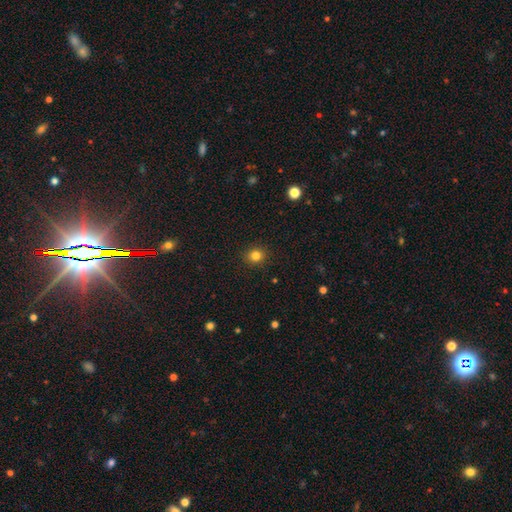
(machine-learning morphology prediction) Smooth or featured: smooth — 82% (star or artifact — 13%)
How rounded: round — 86% (in between — 13%)
Merging: none — 91% (minor disturbance — 6%)